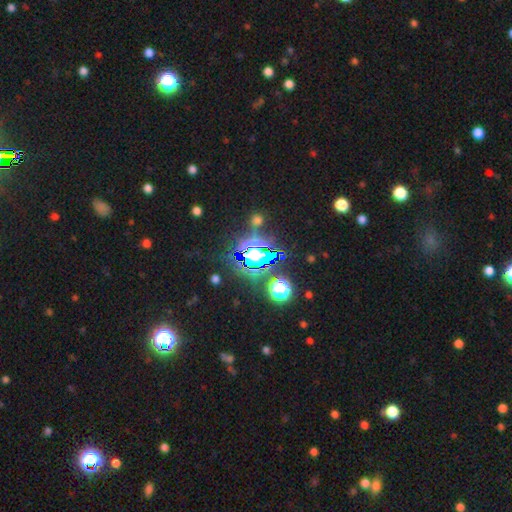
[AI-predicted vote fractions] A star or artifact, not a galaxy (70%).